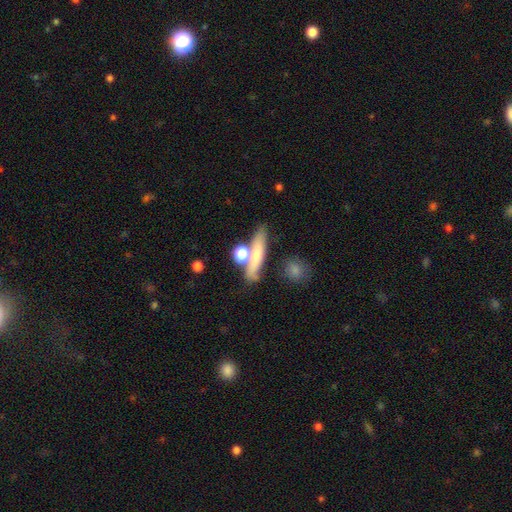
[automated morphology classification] Smooth or featured?
  - smooth: 68% *
  - featured or disk: 23%
  - star or artifact: 9%
How rounded?
  - cigar-shaped: 59% *
  - in between: 25%
  - round: 16%
Merging?
  - none: 60% *
  - merger: 22%
  - minor disturbance: 13%
  - major disturbance: 5%